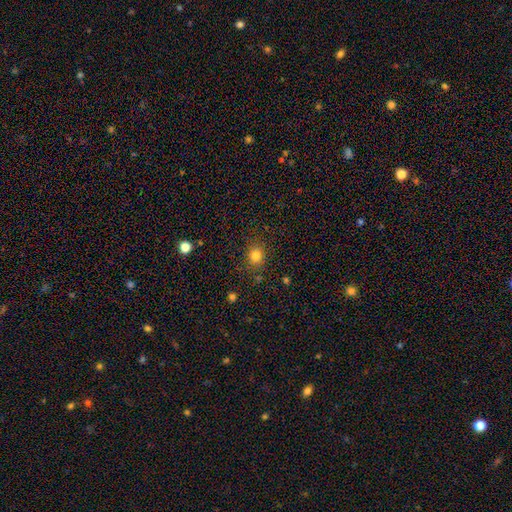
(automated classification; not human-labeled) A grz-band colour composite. It shows a smooth galaxy with no disk features (82%) that is round (76%). Merging: none (83%).